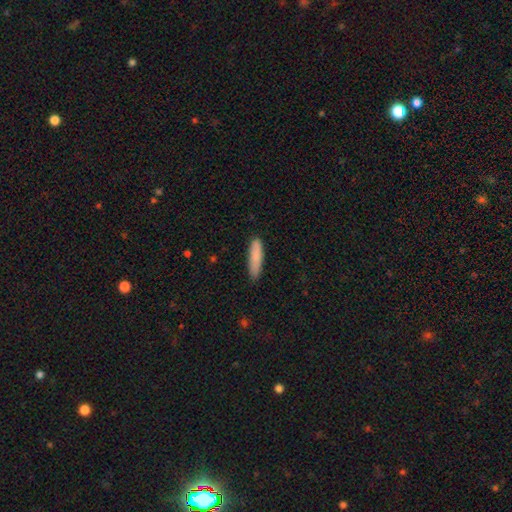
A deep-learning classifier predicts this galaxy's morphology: A smooth galaxy with no disk features (86%) that is cigar-shaped (78%). Merging: none (85%).